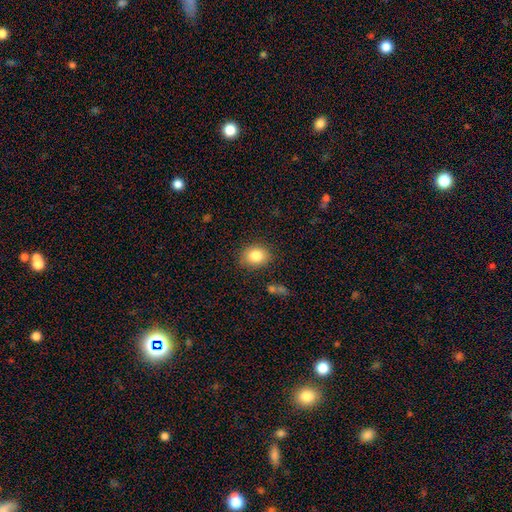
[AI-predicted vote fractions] Overall: smooth (83%). How rounded: round (56%; in between 43%). Merging: none (85%).